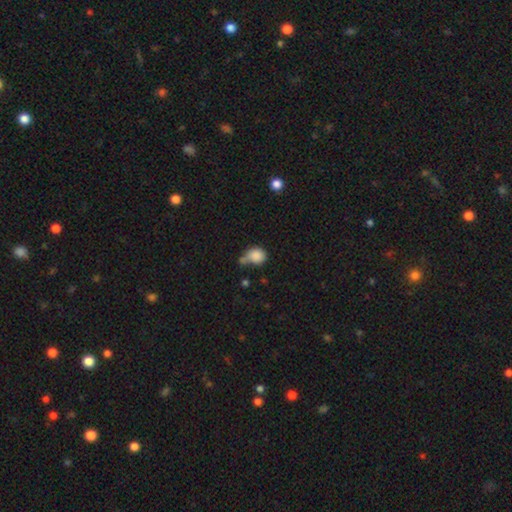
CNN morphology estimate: Smooth or featured?
  - smooth: 84% *
  - star or artifact: 9%
  - featured or disk: 7%
How rounded?
  - round: 63% *
  - in between: 36%
  - cigar-shaped: 1%
Merging?
  - none: 34% *
  - minor disturbance: 27%
  - merger: 24%
  - major disturbance: 15%